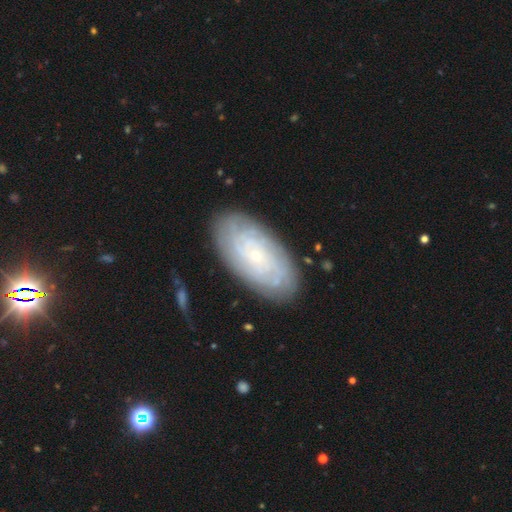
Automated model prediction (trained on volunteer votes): Smooth or featured? featured or disk (72%)
Edge-on disk? no (94%)
Bar? no (79%)
Spiral arms? yes (90%)
Spiral winding? tight (79%)
Spiral arm count? can't tell (50%)
Bulge size? small (85%)
Merging? none (84%)